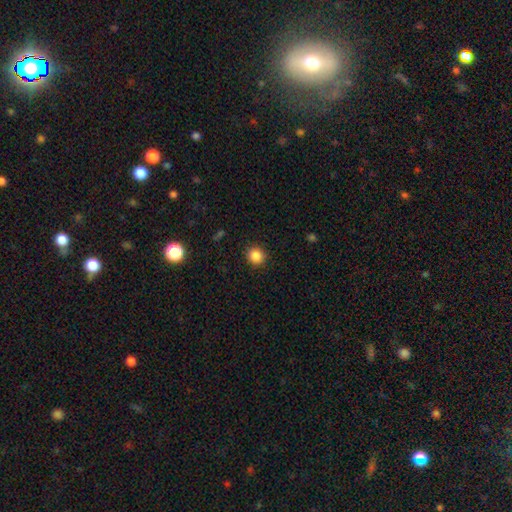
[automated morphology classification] type=smooth (86%); roundness=round (88%); merging=none (90%).